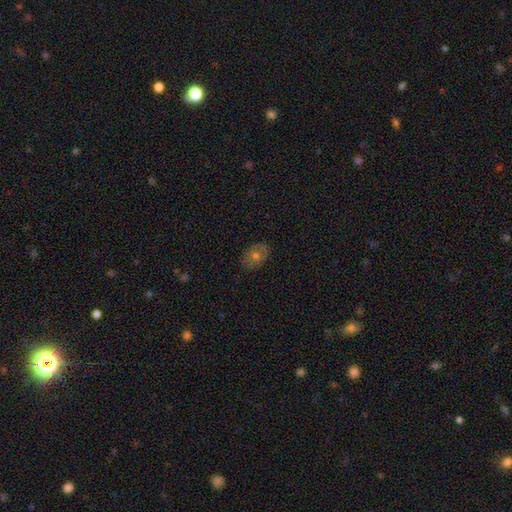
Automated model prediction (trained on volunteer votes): The model was most divided on "smooth or featured": smooth: 55%, featured or disk: 32%, star or artifact: 12%. More confident: merging — none (84%); how rounded — in between (73%).